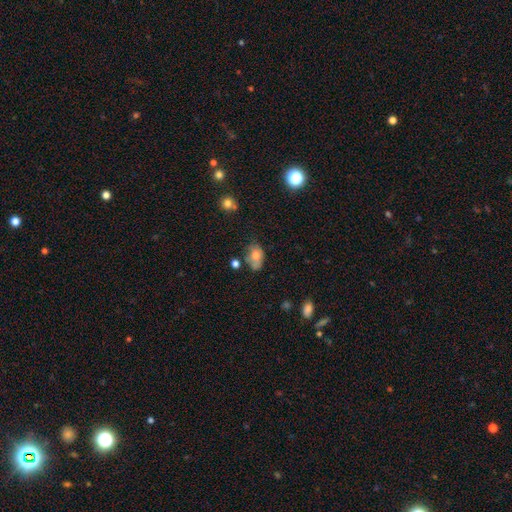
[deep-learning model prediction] The model was most divided on "merging": none: 47%, minor disturbance: 33%, major disturbance: 12%, merger: 8%. More confident: how rounded — in between (81%); smooth or featured — smooth (69%).